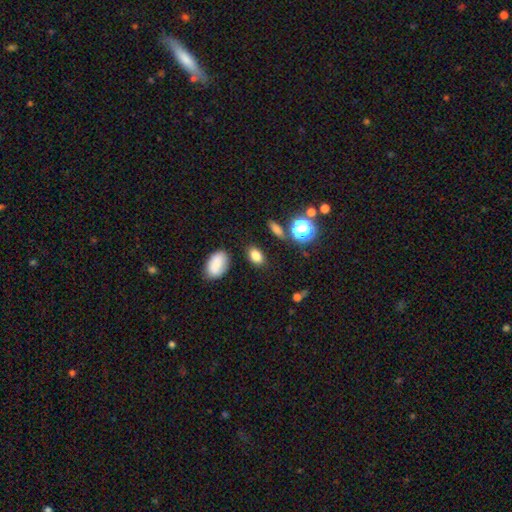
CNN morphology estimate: smooth-or-featured: smooth: 81% | star or artifact: 12% | featured or disk: 7%
  how-rounded: in between: 86% | round: 11% | cigar-shaped: 3%
  merging: none: 82% | minor disturbance: 11% | merger: 3% | major disturbance: 3%